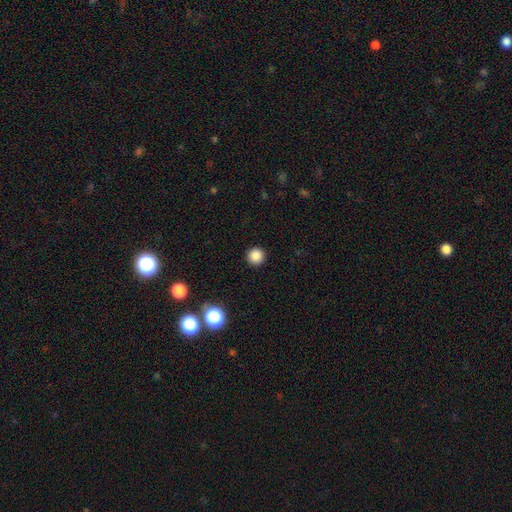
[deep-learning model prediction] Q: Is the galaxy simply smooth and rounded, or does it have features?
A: smooth — 86%.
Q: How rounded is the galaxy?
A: round — 96%.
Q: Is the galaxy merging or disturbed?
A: none — 93%.